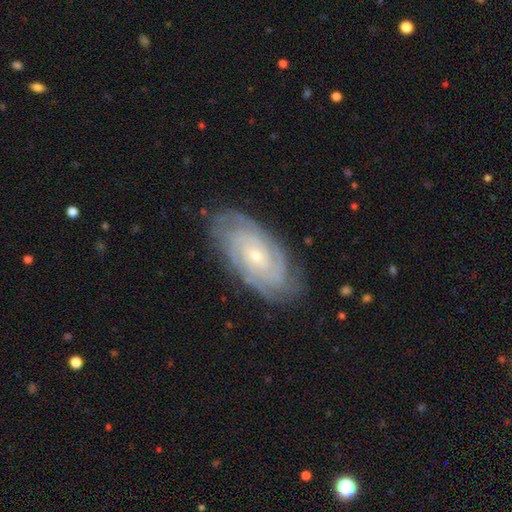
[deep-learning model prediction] Overall: featured or disk (86%). Edge-on disk: no (95%). Bar: no (74%). Spiral arms: yes (97%). Spiral arm count: can't tell (30%; 4 19%). Spiral winding: tight (81%). Bulge size: small (74%). Merging: none (80%).